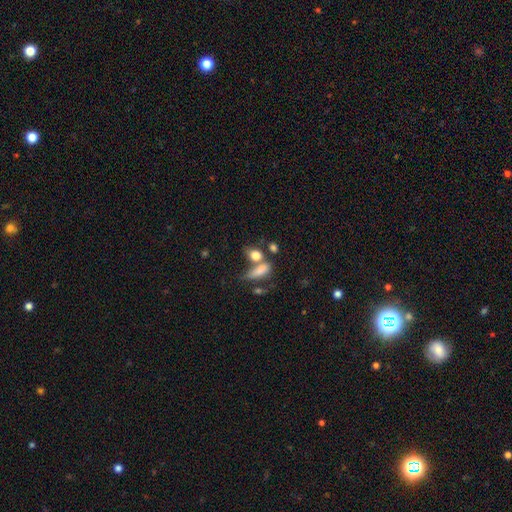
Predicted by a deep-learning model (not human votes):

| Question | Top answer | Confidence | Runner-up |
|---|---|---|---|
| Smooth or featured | smooth | 77% | featured or disk (13%) |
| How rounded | in between | 71% | round (19%) |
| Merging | merger | 43% | none (34%) |